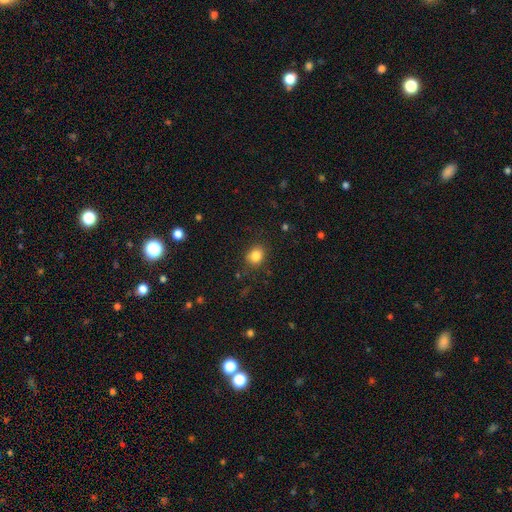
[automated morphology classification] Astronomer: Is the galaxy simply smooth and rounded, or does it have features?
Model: smooth — 84%.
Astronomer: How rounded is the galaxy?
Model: round — 54% (runner-up: in between, 45%).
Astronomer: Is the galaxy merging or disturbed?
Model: none — 83%.